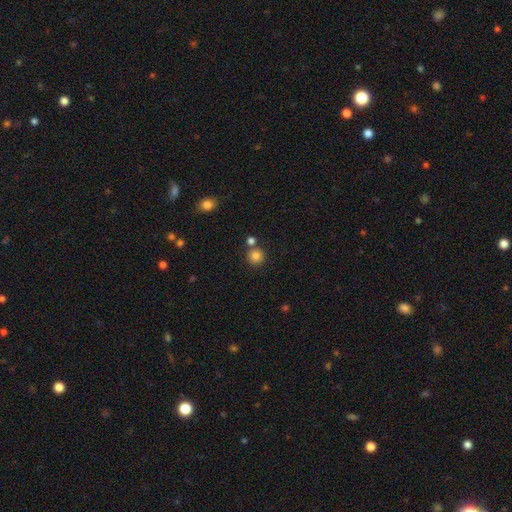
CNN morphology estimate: A smooth galaxy with no disk features (82%) that is round (93%). Merging: none (75%).